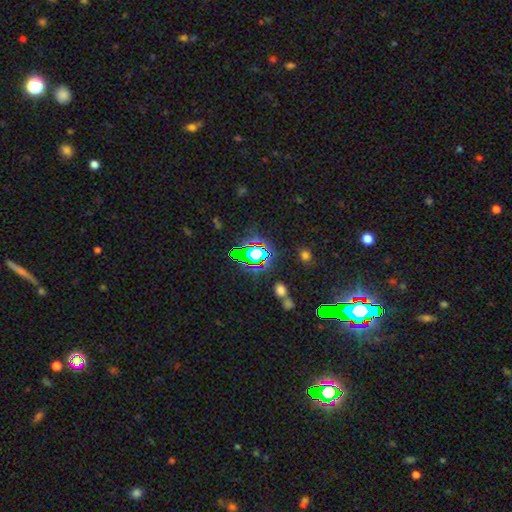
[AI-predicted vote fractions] A star or artifact, not a galaxy (67%).